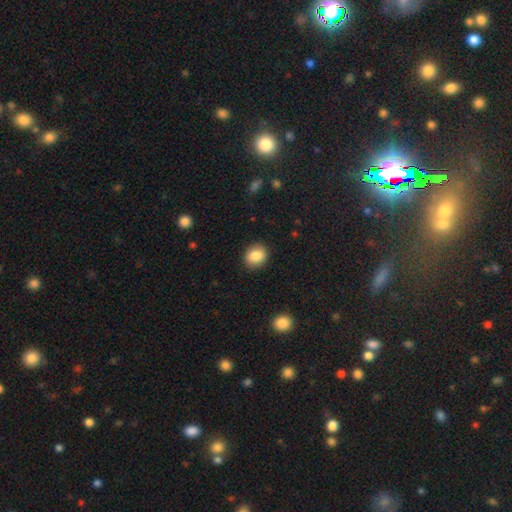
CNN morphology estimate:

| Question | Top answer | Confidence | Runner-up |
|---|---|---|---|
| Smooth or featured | smooth | 86% | star or artifact (8%) |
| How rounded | round | 61% | in between (38%) |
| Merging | none | 89% | minor disturbance (8%) |